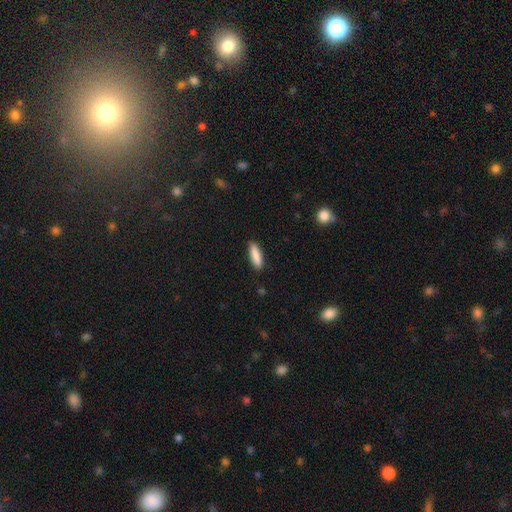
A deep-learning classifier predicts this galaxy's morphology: Smooth or featured? smooth (88%)
How rounded? cigar-shaped (60%)
Merging? none (88%)